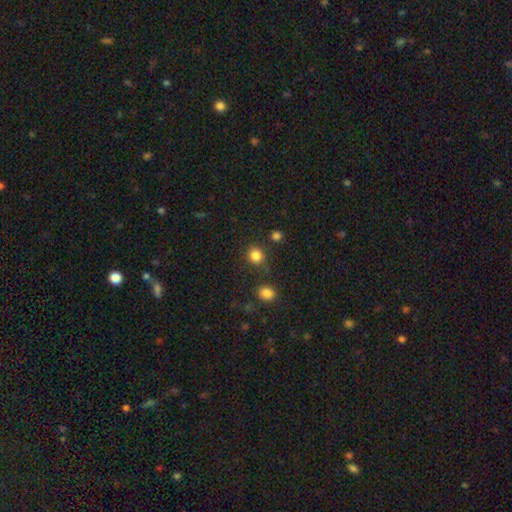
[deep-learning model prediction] Smooth or featured: smooth — 84% (star or artifact — 13%)
How rounded: round — 87% (in between — 12%)
Merging: none — 82% (minor disturbance — 9%)